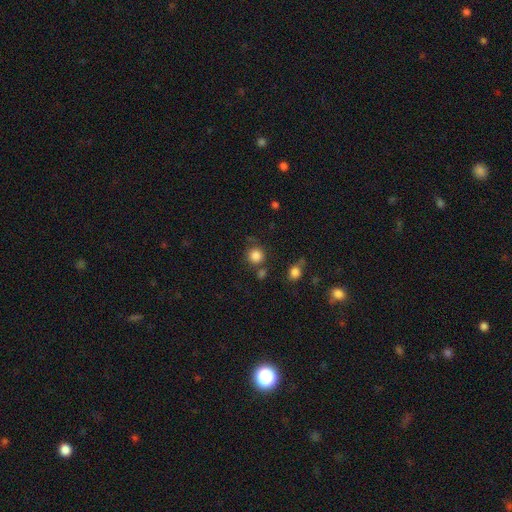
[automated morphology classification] type=smooth (84%); roundness=round (92%); merging=none (78%).